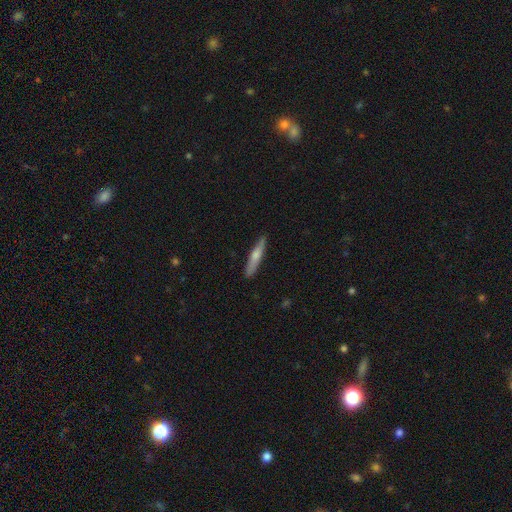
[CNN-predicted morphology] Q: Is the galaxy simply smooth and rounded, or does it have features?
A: smooth — 60%.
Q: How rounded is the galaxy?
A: cigar-shaped — 91%.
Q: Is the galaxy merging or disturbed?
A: none — 89%.